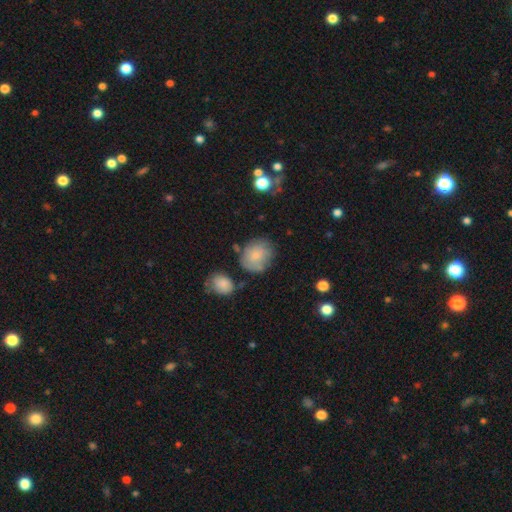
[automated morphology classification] This appears to be a smooth galaxy with no disk features (78%) that is round (66%). Merging: none (65%).